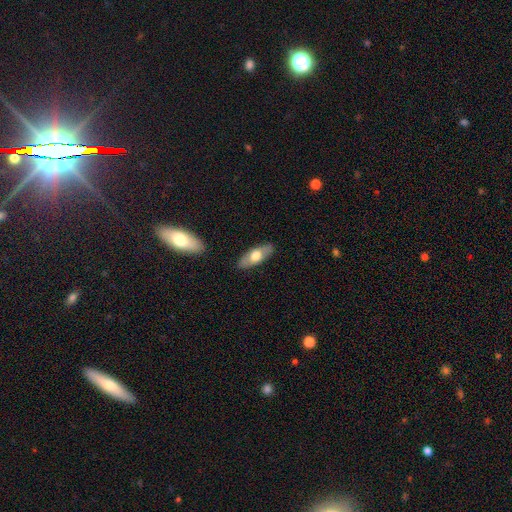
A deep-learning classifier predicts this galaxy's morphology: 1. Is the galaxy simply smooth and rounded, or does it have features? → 58% smooth, 37% featured or disk, 5% star or artifact.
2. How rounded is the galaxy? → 78% in between, 19% cigar-shaped, 3% round.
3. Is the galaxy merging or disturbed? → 87% none, 10% minor disturbance, 2% major disturbance, 1% merger.